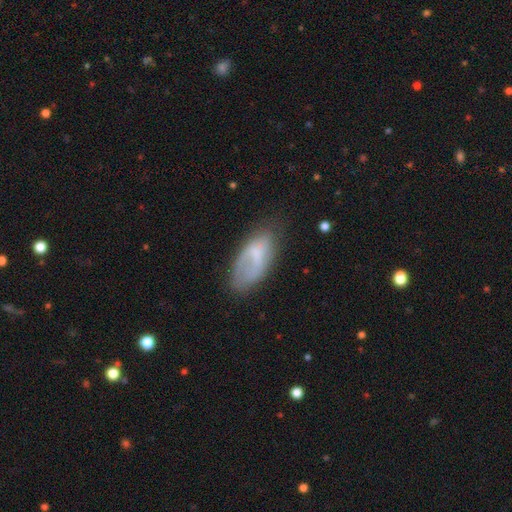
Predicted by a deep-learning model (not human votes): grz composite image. It shows a smooth galaxy with no disk features (57%) that is in between round and cigar-shaped (89%). Merging: none (53%).